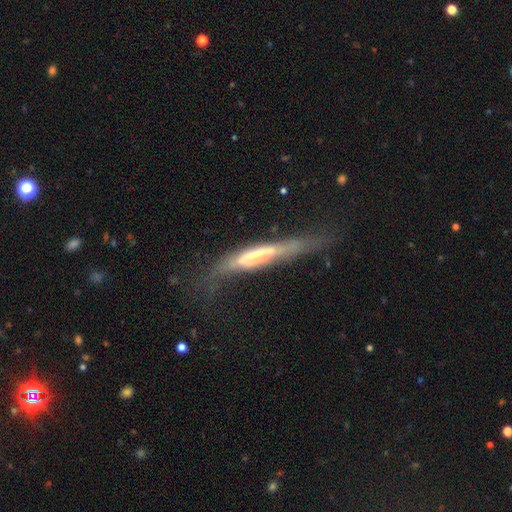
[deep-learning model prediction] Smooth or featured? Predicted: featured or disk (p=0.63). Edge-on disk? Predicted: yes (p=0.76). Merging? Predicted: none (p=0.43).